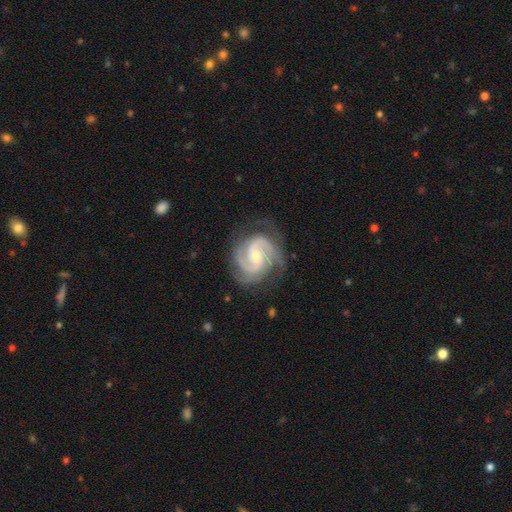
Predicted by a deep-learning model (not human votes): This appears to be a featured or disk galaxy (93%) with no bar (48%), 2 (51%) tight (53%) spiral arms (99%) and a small central bulge (55%). Merging: none (74%).